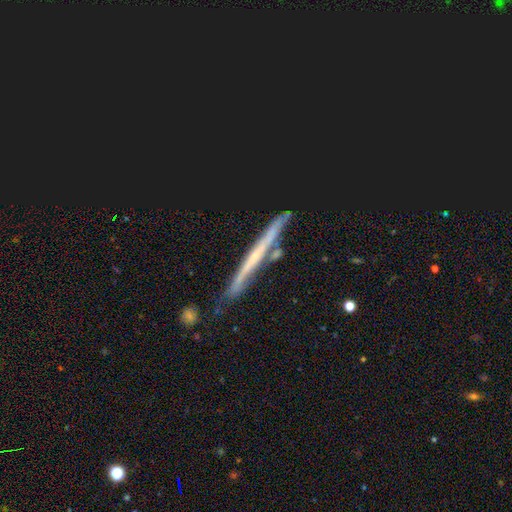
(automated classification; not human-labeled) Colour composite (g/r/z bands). It shows a featured or disk galaxy (68%) viewed edge-on (94%) with no central bulge (62%). Merging: none (79%).